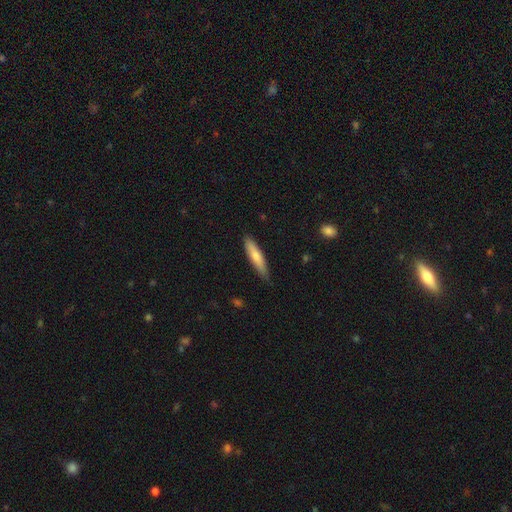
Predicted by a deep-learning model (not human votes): Smooth or featured: smooth — 72% (featured or disk — 23%)
How rounded: cigar-shaped — 82% (in between — 16%)
Merging: none — 82% (minor disturbance — 14%)